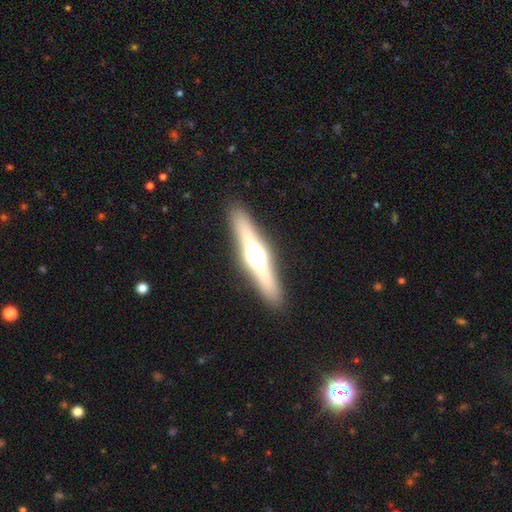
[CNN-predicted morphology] Smooth or featured: featured or disk — 65% (smooth — 27%)
Edge-on disk: yes — 94% (no — 6%)
Edge-on bulge: rounded — 93% (boxy — 5%)
Merging: none — 89% (minor disturbance — 7%)